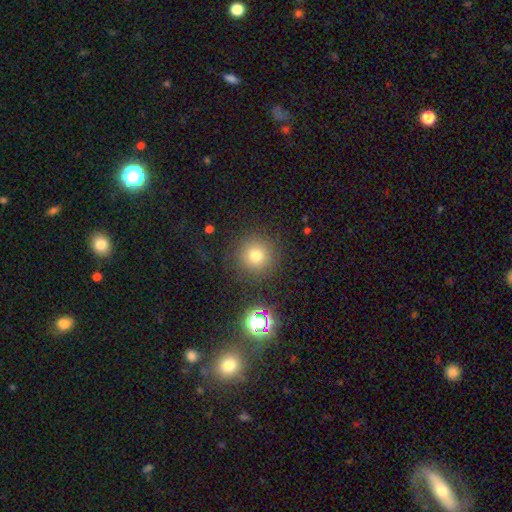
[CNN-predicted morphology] A smooth galaxy with no disk features (74%) that is round (95%). Merging: none (85%).